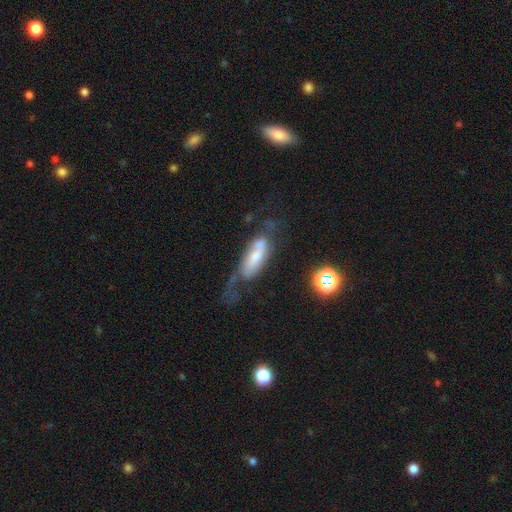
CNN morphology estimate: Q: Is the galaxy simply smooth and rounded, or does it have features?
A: featured or disk — 47%.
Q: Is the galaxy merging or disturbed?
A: major disturbance — 40%.